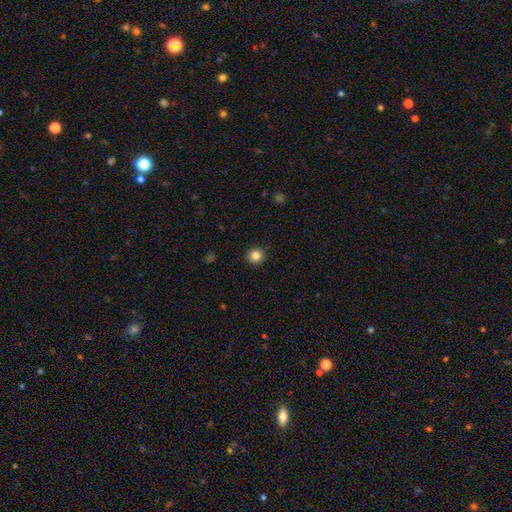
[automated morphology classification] smooth_or_featured: smooth (p=0.84) [alt: star or artifact p=0.11]
how_rounded: round (p=0.93) [alt: in between p=0.06]
merging: none (p=0.92) [alt: minor disturbance p=0.05]